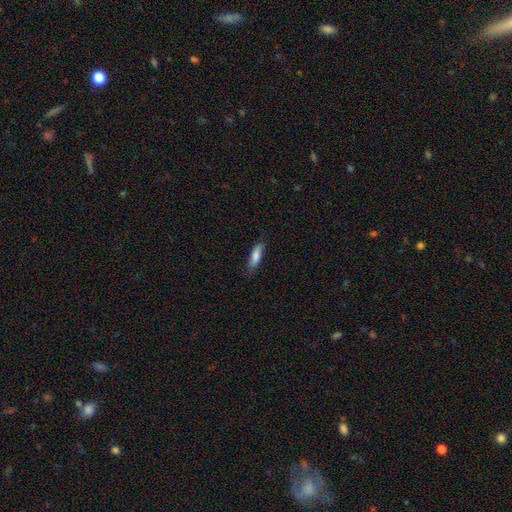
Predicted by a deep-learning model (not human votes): A smooth galaxy with no disk features (79%) that is cigar-shaped (58%).

Vote fractions:
- Smooth or featured? smooth: 79% / featured or disk: 14% / star or artifact: 6%
- How rounded? cigar-shaped: 58% / in between: 41% / round: 2%
- Merging? none: 78% / minor disturbance: 18% / major disturbance: 3% / merger: 1%